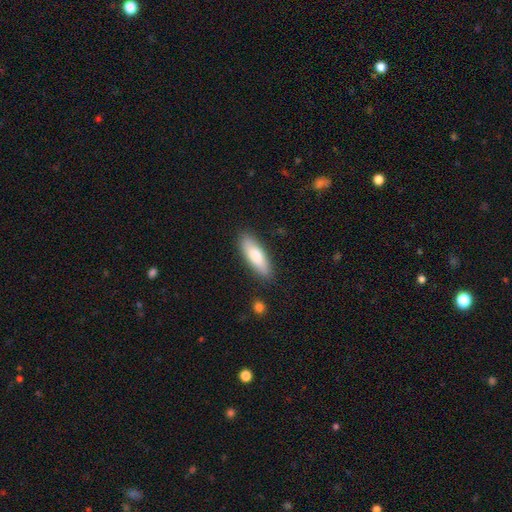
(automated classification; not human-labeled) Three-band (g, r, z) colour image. It shows a smooth galaxy with no disk features (77%) that is in between round and cigar-shaped (53%). Merging: none (85%).